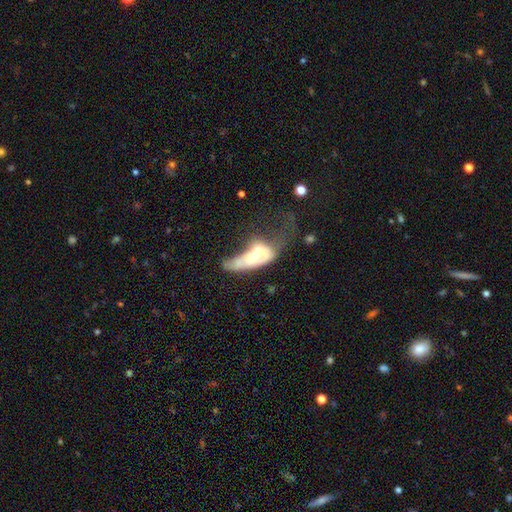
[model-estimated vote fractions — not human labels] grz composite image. It shows a smooth galaxy with no disk features (47%). Merging: merger (52%).